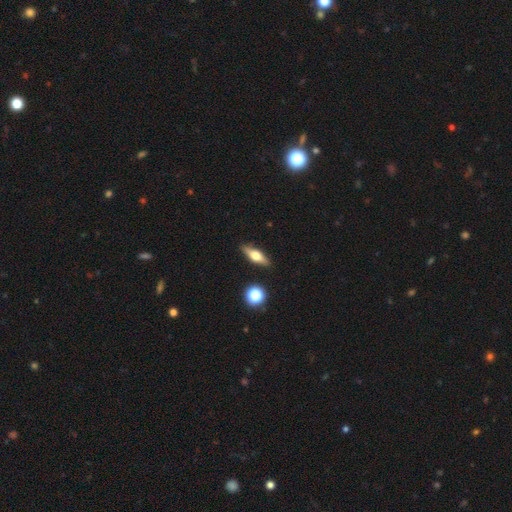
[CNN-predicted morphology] Smooth or featured: smooth — 46% (tied with featured or disk — 46%)
Merging: none — 87% (minor disturbance — 9%)